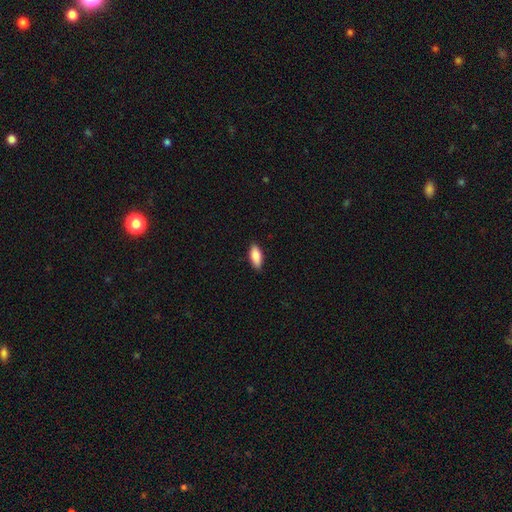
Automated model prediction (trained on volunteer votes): Q: Smooth or featured?
A: smooth (88%); runner-up: featured or disk (7%)
Q: How rounded?
A: in between (83%); runner-up: cigar-shaped (15%)
Q: Merging?
A: none (87%); runner-up: minor disturbance (10%)